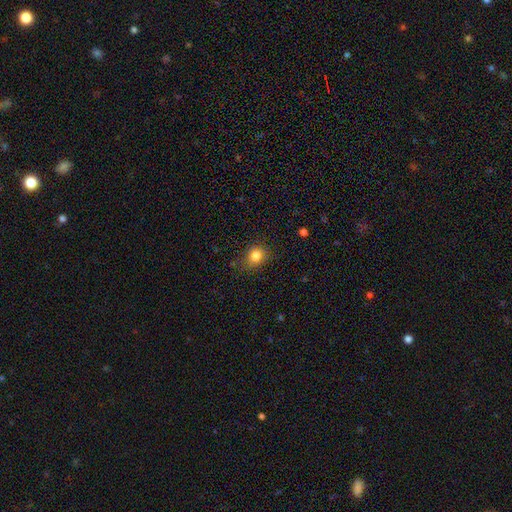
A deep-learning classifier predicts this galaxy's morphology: Q: Smooth or featured?
A: smooth (82%); runner-up: star or artifact (12%)
Q: How rounded?
A: round (68%); runner-up: in between (31%)
Q: Merging?
A: none (78%); runner-up: minor disturbance (17%)